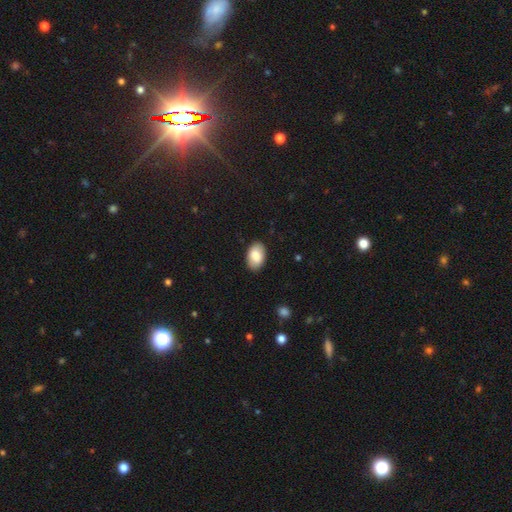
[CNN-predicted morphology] Smooth or featured? smooth (86%)
How rounded? in between (93%)
Merging? none (88%)